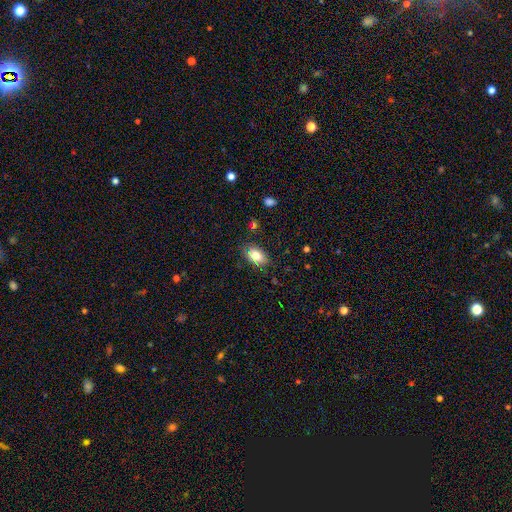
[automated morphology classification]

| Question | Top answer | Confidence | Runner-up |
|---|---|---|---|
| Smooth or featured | smooth | 80% | featured or disk (11%) |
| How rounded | in between | 88% | round (10%) |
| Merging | none | 82% | minor disturbance (14%) |